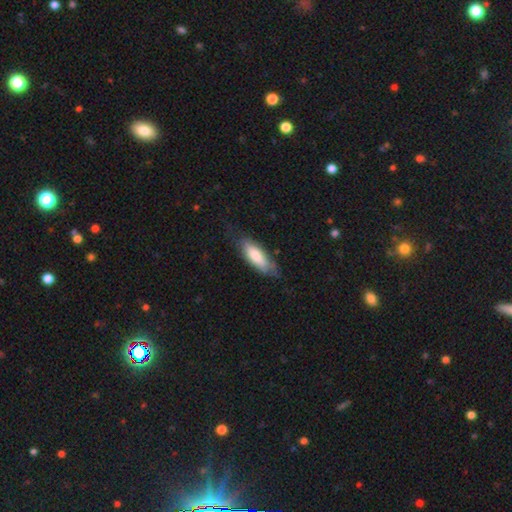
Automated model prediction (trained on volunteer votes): Smooth or featured? Predicted: smooth (p=0.75). How rounded? Predicted: in between (p=0.62). Merging? Predicted: none (p=0.67).